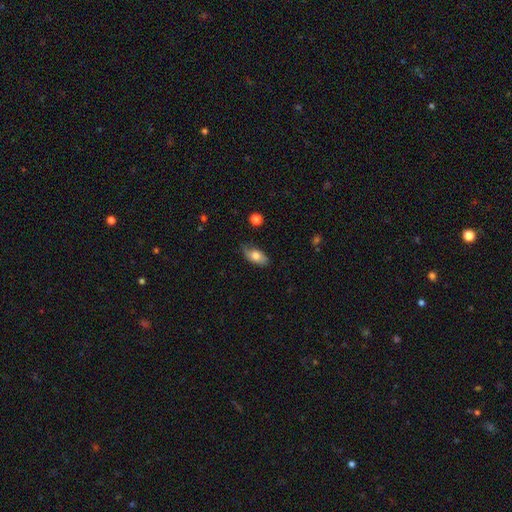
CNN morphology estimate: This is likely a smooth galaxy (73%). How rounded: clearly in between (88%). Merging: likely none (65%).